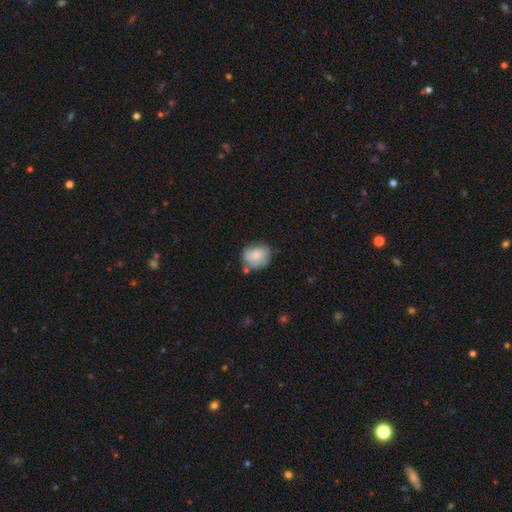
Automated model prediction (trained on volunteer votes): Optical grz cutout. It shows a smooth galaxy with no disk features (65%) that is round (58%). Merging: none (55%).